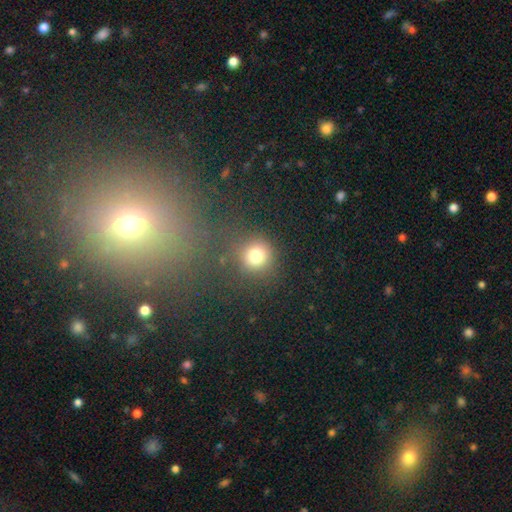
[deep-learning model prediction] A smooth galaxy with no disk features (77%) that is round (89%).

Vote fractions:
- Smooth or featured? smooth: 77% / star or artifact: 16% / featured or disk: 7%
- How rounded? round: 89% / in between: 10% / cigar-shaped: 1%
- Merging? none: 76% / minor disturbance: 11% / merger: 7% / major disturbance: 6%